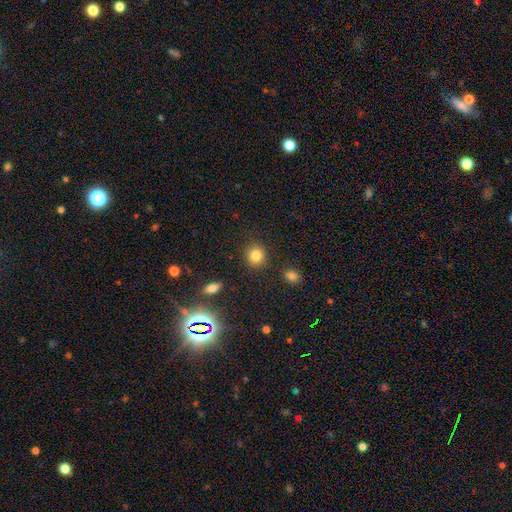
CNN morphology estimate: This appears to be a smooth galaxy with no disk features (83%) that is round (88%). Merging: none (88%).